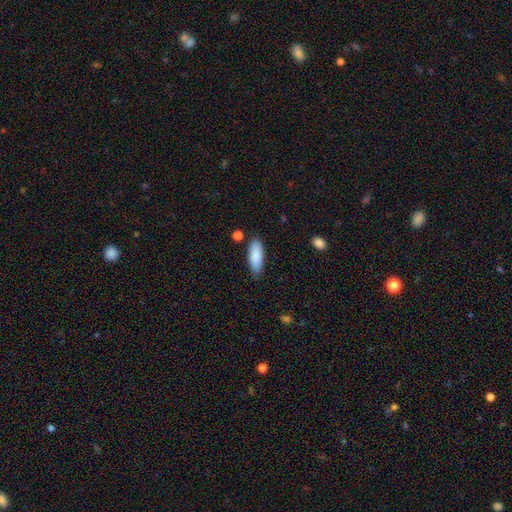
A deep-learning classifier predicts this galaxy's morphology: Smooth or featured? Predicted: smooth (p=0.87). How rounded? Predicted: in between (p=0.68). Merging? Predicted: none (p=0.82).